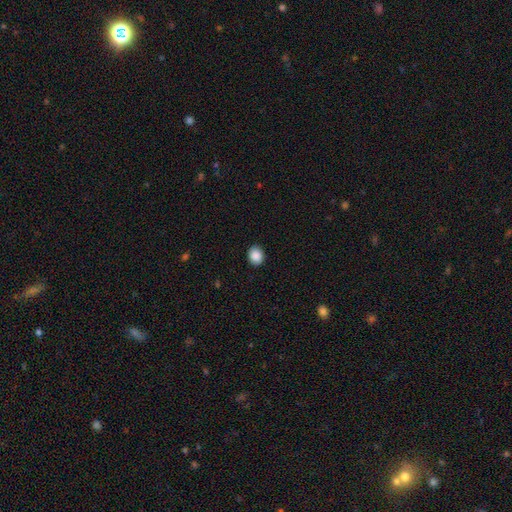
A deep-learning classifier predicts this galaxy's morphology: Overall: smooth (89%). How rounded: round (62%; in between 37%). Merging: none (90%).